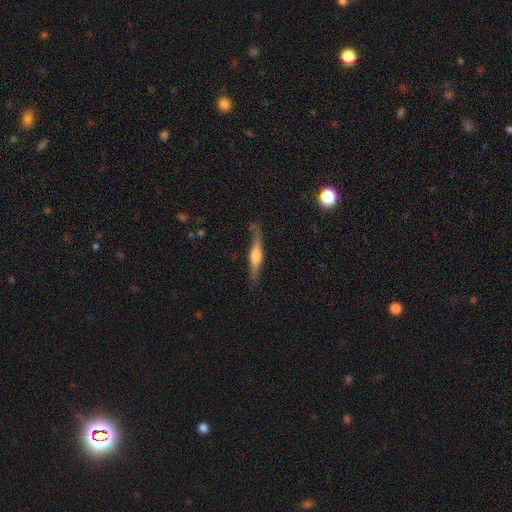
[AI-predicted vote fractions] Smooth or featured: featured or disk — 58% (smooth — 36%)
Edge-on disk: yes — 94% (no — 6%)
Edge-on bulge: rounded — 82% (boxy — 11%)
Merging: none — 74% (minor disturbance — 18%)